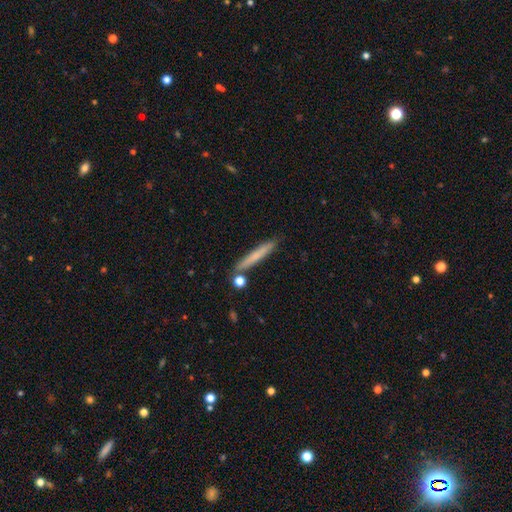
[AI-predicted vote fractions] Smooth or featured? smooth (64%)
How rounded? cigar-shaped (95%)
Merging? none (84%)